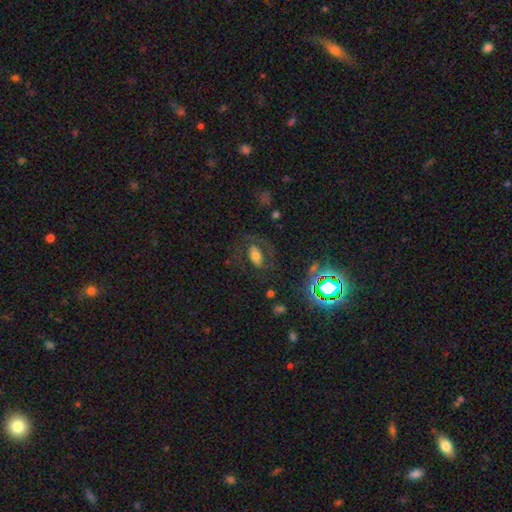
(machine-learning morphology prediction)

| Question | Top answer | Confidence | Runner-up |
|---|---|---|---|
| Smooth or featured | smooth | 44% | featured or disk (40%) |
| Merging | none | 62% | major disturbance (20%) |